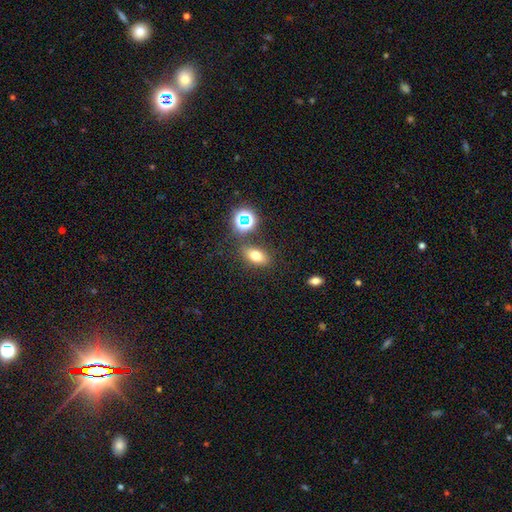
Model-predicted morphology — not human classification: The model was most divided on "smooth or featured": smooth: 69%, star or artifact: 18%, featured or disk: 12%. More confident: merging — none (79%); how rounded — in between (78%).